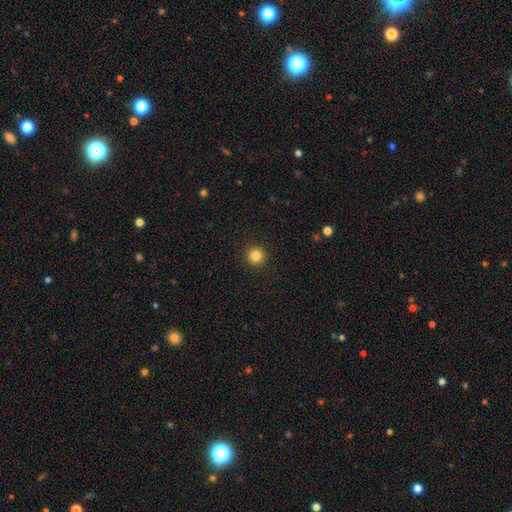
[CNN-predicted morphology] type=smooth (84%); roundness=round (96%); merging=none (93%).